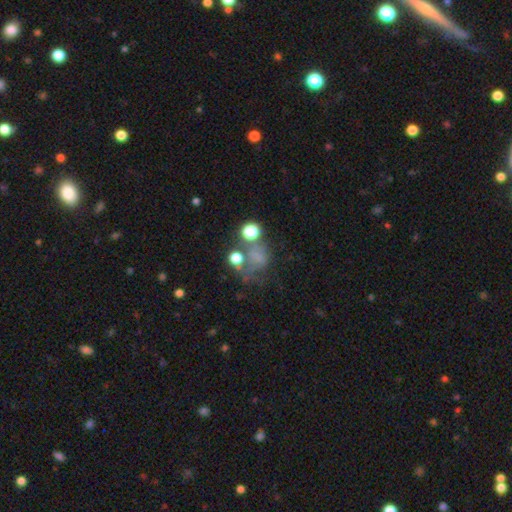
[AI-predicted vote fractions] The model was most divided on "merging": none: 33%, major disturbance: 30%, merger: 20%, minor disturbance: 17%. Remaining: smooth or featured — smooth (48%).